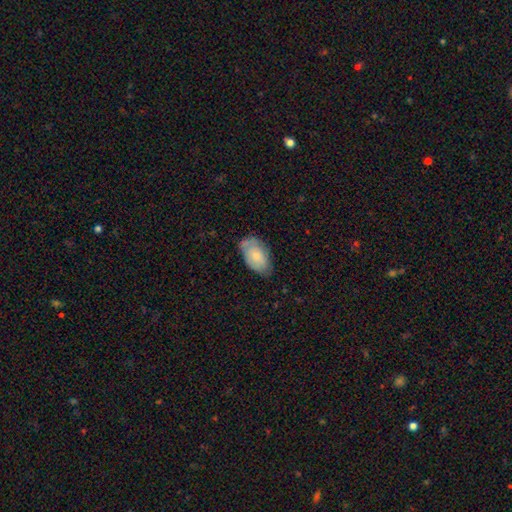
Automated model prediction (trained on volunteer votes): smooth-or-featured: smooth: 74% | featured or disk: 19% | star or artifact: 6%
  how-rounded: in between: 94% | round: 4% | cigar-shaped: 2%
  merging: none: 64% | minor disturbance: 28% | major disturbance: 5% | merger: 2%